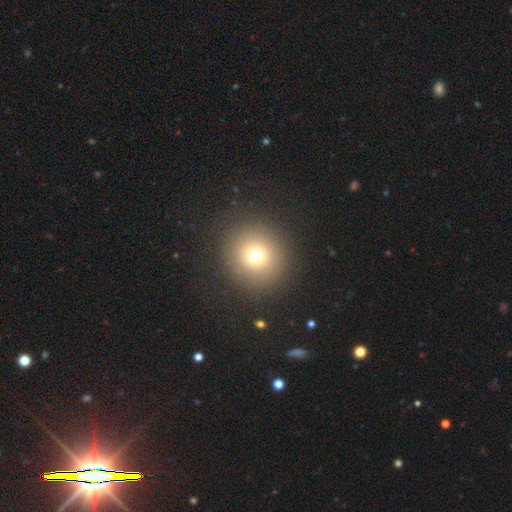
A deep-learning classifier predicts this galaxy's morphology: smooth 71%, star or artifact 18%, featured or disk 11%. Down the decision tree: how rounded — round (94%); merging — none (89%).